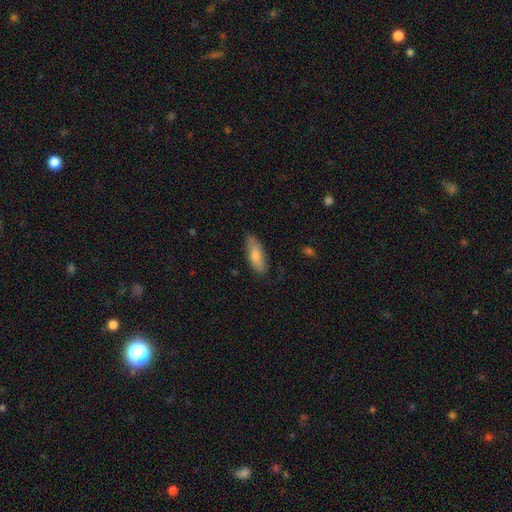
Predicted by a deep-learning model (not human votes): This is likely a smooth galaxy (77%). How rounded: likely in between (69%). Merging: likely none (75%).